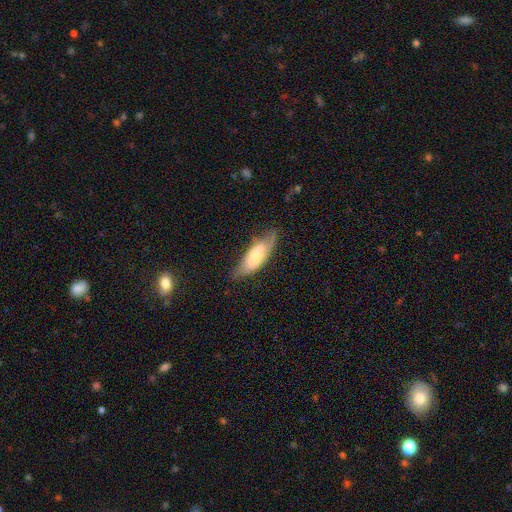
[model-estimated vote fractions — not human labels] Overall: featured or disk (48%; smooth 46%). Merging: none (57%; minor disturbance 30%).